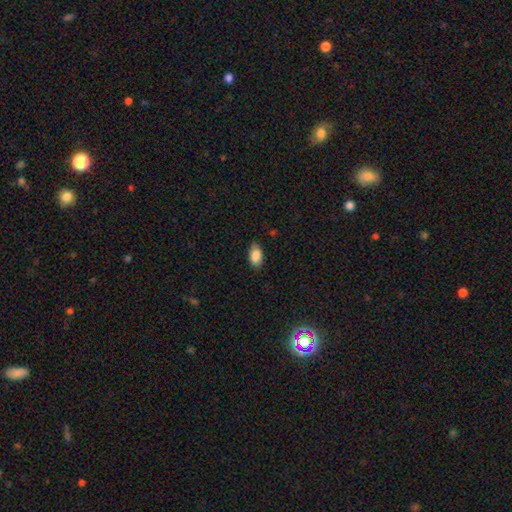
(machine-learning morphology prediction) The model was most divided on "merging": none: 82%, minor disturbance: 15%, major disturbance: 3%, merger: 1%. More confident: how rounded — in between (93%); smooth or featured — smooth (87%).